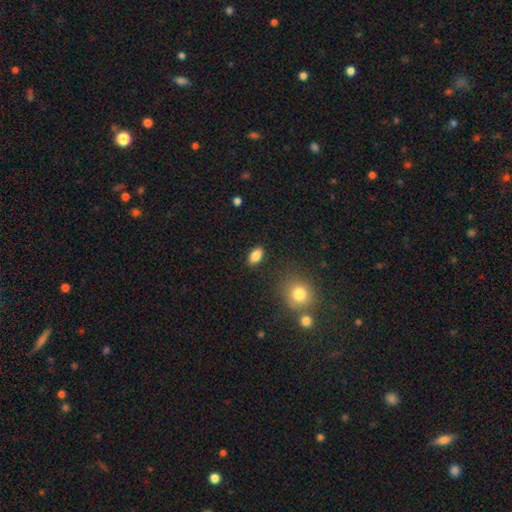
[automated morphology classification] Overall: smooth (86%). How rounded: in between (90%). Merging: none (88%).